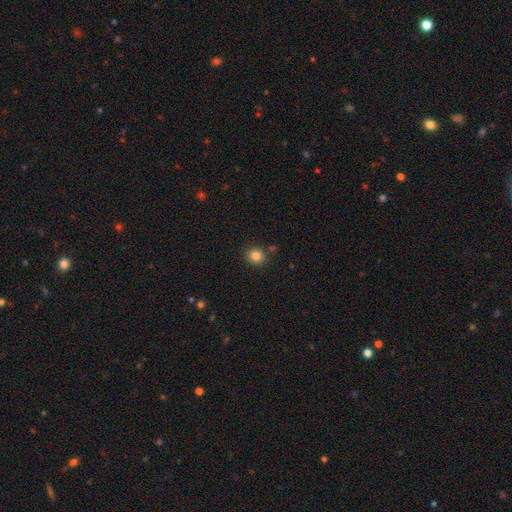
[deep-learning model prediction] Smooth or featured?
  - smooth: 84% *
  - star or artifact: 11%
  - featured or disk: 5%
How rounded?
  - round: 83% *
  - in between: 16%
  - cigar-shaped: 1%
Merging?
  - none: 84% *
  - minor disturbance: 9%
  - merger: 5%
  - major disturbance: 3%